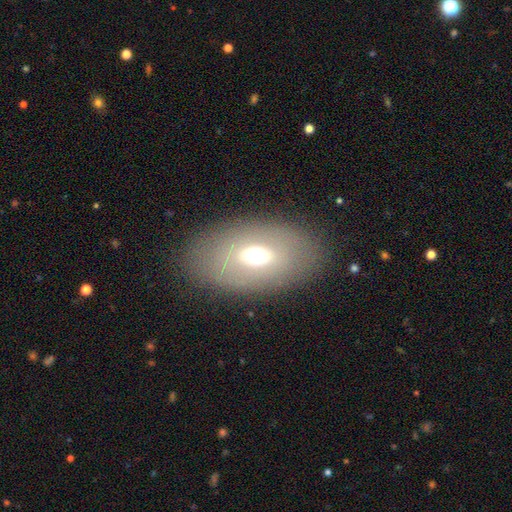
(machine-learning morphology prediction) A smooth galaxy with no disk features (50%) that is in between round and cigar-shaped (88%).

Vote fractions:
- Smooth or featured? smooth: 50% / featured or disk: 39% / star or artifact: 11%
- How rounded? in between: 88% / round: 10% / cigar-shaped: 2%
- Merging? none: 82% / minor disturbance: 11% / major disturbance: 6% / merger: 1%